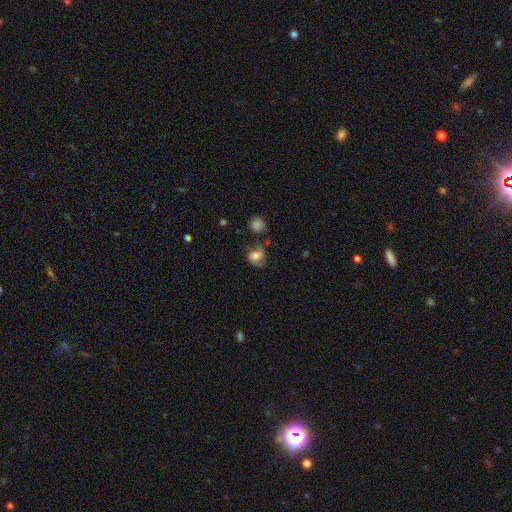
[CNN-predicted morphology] A smooth galaxy with no disk features (59%) that is round (52%).

Vote fractions:
- Smooth or featured? smooth: 59% / featured or disk: 30% / star or artifact: 10%
- How rounded? round: 52% / in between: 47% / cigar-shaped: 1%
- Merging? none: 47% / minor disturbance: 26% / major disturbance: 18% / merger: 8%